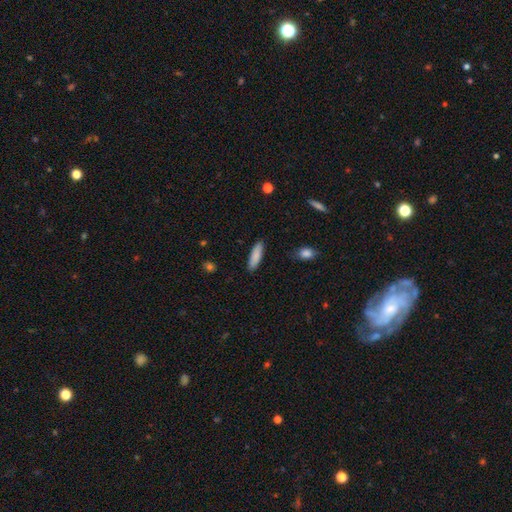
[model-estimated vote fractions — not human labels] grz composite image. It shows a smooth galaxy with no disk features (86%) that is cigar-shaped (61%). Merging: none (88%).